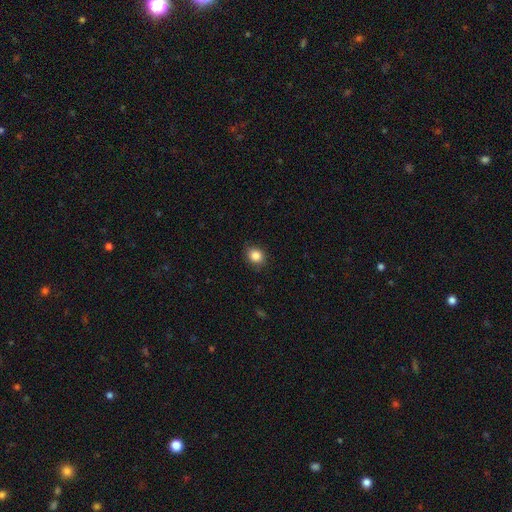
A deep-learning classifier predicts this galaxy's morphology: Smooth or featured?
  - smooth: 86% *
  - star or artifact: 9%
  - featured or disk: 5%
How rounded?
  - round: 59% *
  - in between: 40%
  - cigar-shaped: 1%
Merging?
  - none: 86% *
  - minor disturbance: 11%
  - major disturbance: 2%
  - merger: 1%